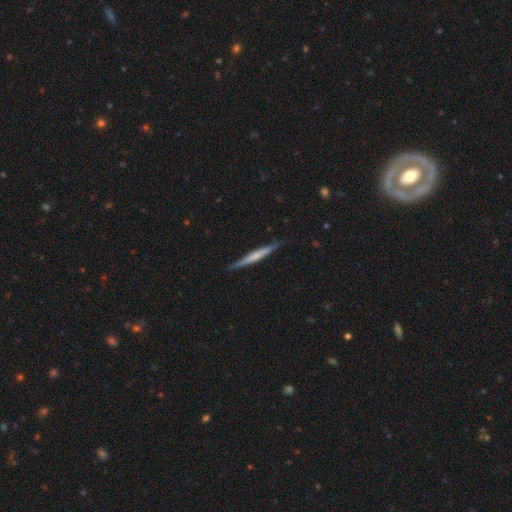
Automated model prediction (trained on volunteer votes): Overall: featured or disk (56%; smooth 38%). Edge-on disk: yes (98%). Edge-on bulge: none (49%; rounded 33%). Merging: none (89%).